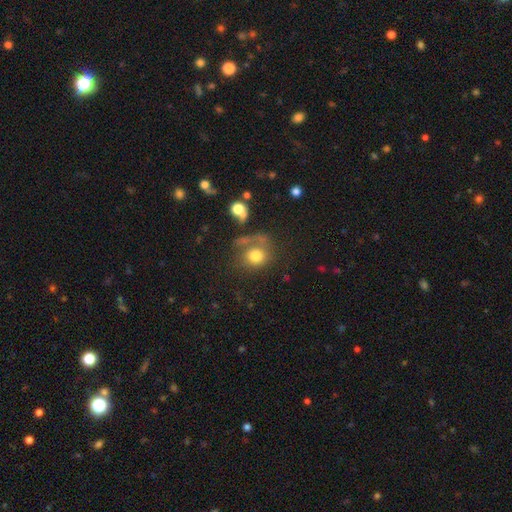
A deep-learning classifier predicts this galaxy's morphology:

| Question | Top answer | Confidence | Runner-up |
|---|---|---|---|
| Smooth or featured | smooth | 70% | featured or disk (19%) |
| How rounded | round | 74% | in between (25%) |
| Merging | none | 41% | major disturbance (26%) |